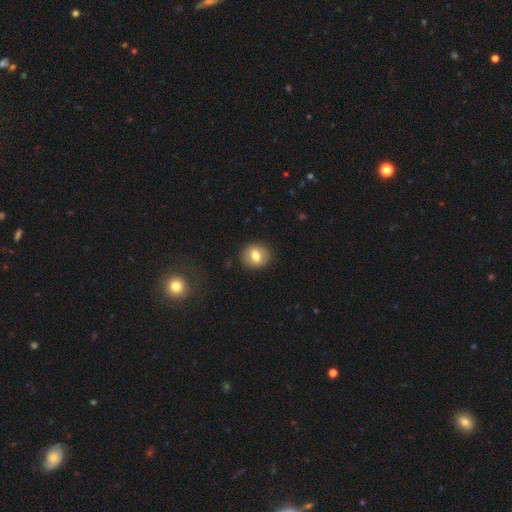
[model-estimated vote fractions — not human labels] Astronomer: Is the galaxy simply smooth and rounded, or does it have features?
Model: smooth — 69%.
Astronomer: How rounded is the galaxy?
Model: round — 71%.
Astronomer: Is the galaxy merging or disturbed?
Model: none — 87%.